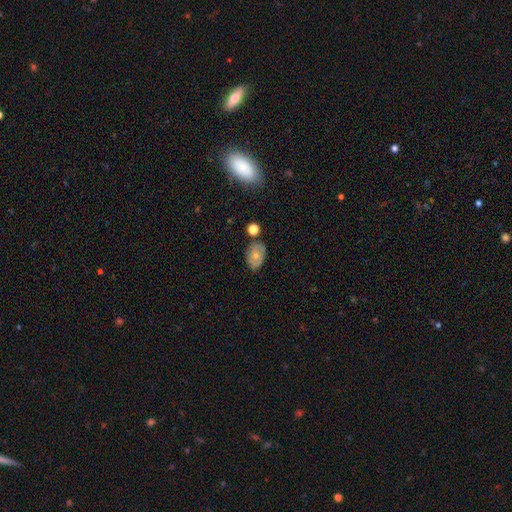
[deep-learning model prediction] Q: Smooth or featured?
A: smooth (58%); runner-up: featured or disk (32%)
Q: How rounded?
A: in between (80%); runner-up: round (19%)
Q: Merging?
A: none (68%); runner-up: minor disturbance (21%)